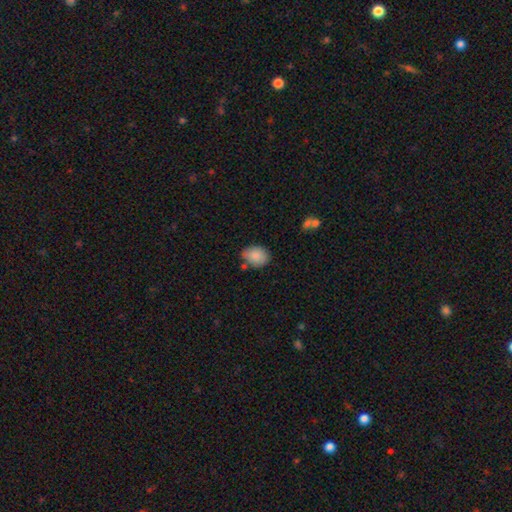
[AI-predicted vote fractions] Smooth or featured: smooth — 87% (star or artifact — 8%)
How rounded: in between — 63% (round — 36%)
Merging: none — 73% (minor disturbance — 18%)